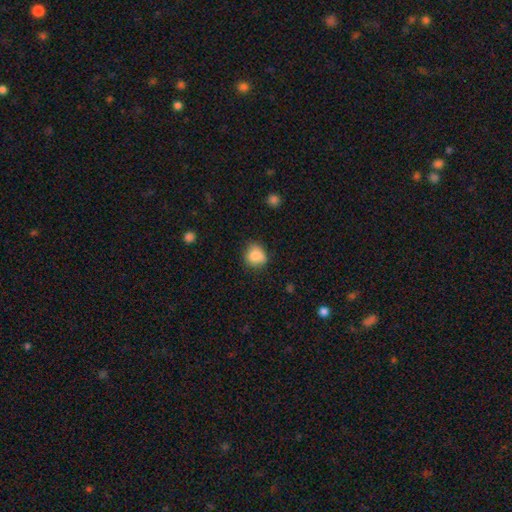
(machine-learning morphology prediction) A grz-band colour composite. It shows a smooth galaxy with no disk features (84%) that is round (78%). Merging: none (68%).